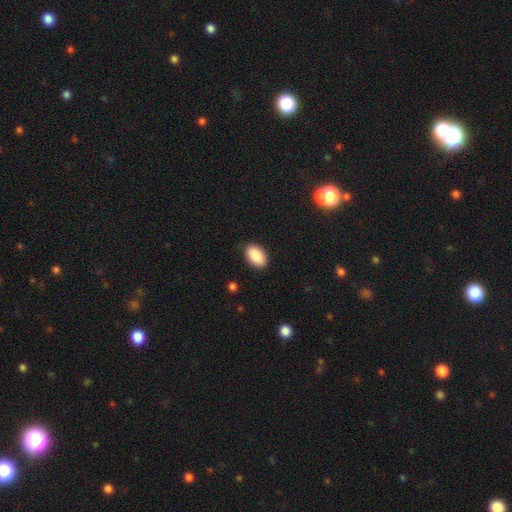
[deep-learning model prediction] Smooth or featured?
  - smooth: 90% *
  - star or artifact: 7%
  - featured or disk: 4%
How rounded?
  - in between: 93% *
  - round: 6%
  - cigar-shaped: 1%
Merging?
  - none: 88% *
  - minor disturbance: 9%
  - major disturbance: 2%
  - merger: 1%